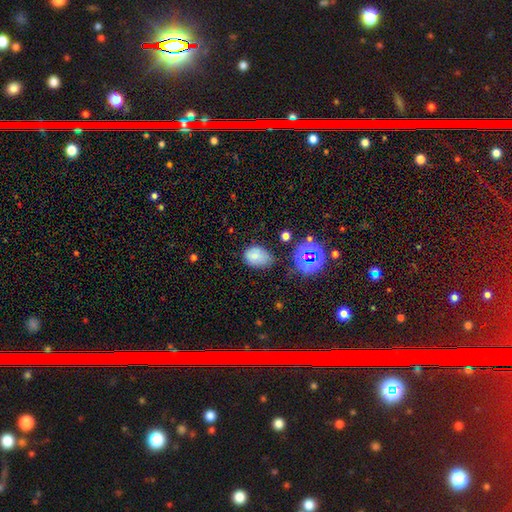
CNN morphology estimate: Smooth or featured?
  - smooth: 71% *
  - star or artifact: 18%
  - featured or disk: 11%
How rounded?
  - in between: 69% *
  - round: 30%
  - cigar-shaped: 1%
Merging?
  - none: 51% *
  - minor disturbance: 34%
  - major disturbance: 10%
  - merger: 4%